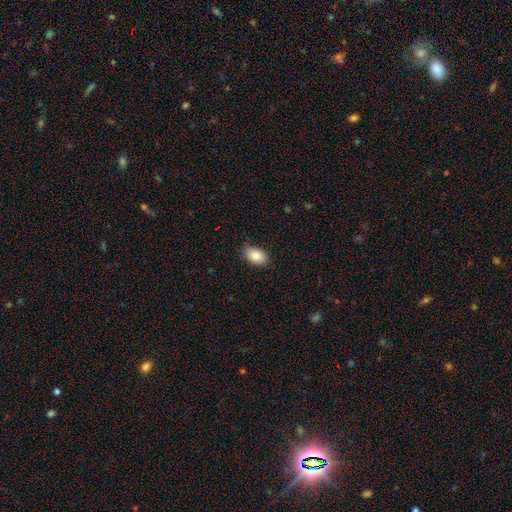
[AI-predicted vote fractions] Morphology: type=smooth (86%); roundness=in between (89%); merging=none (85%).